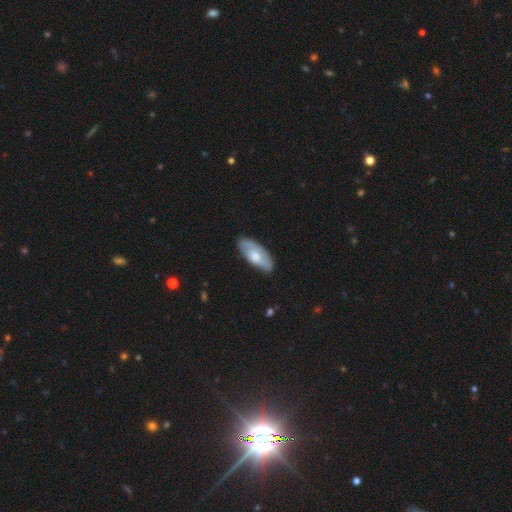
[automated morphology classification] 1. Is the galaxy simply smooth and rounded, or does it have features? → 58% smooth, 37% featured or disk, 5% star or artifact.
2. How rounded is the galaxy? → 83% in between, 15% cigar-shaped, 2% round.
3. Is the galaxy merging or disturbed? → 76% none, 19% minor disturbance, 4% major disturbance, 1% merger.